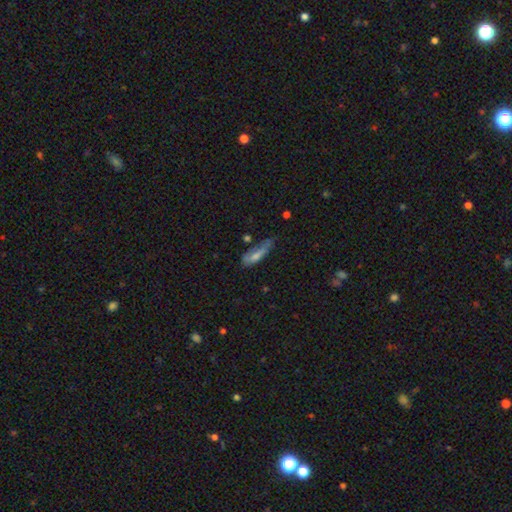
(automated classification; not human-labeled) This is possibly a smooth galaxy (58%). How rounded: likely cigar-shaped (60%). Merging: marginally none (41%).